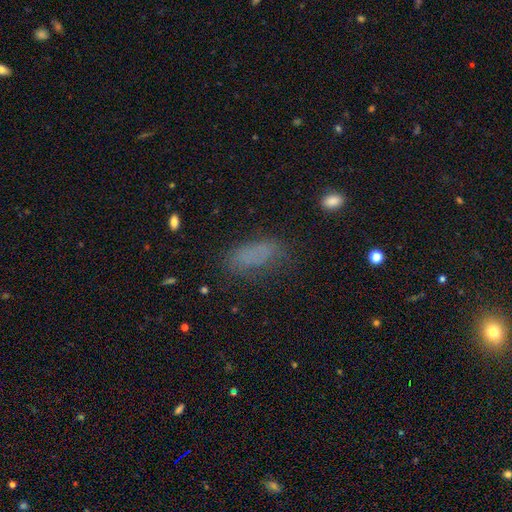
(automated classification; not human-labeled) smooth-or-featured: smooth: 70% | star or artifact: 17% | featured or disk: 13%
  how-rounded: in between: 80% | cigar-shaped: 16% | round: 4%
  merging: none: 67% | minor disturbance: 20% | major disturbance: 10% | merger: 2%